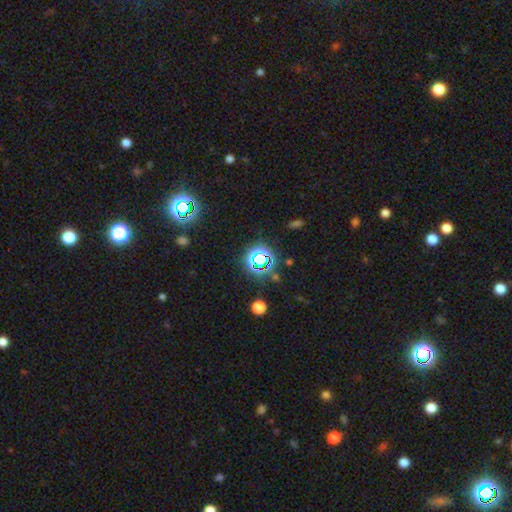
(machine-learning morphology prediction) smooth-or-featured: star or artifact: 68% | smooth: 22% | featured or disk: 10%